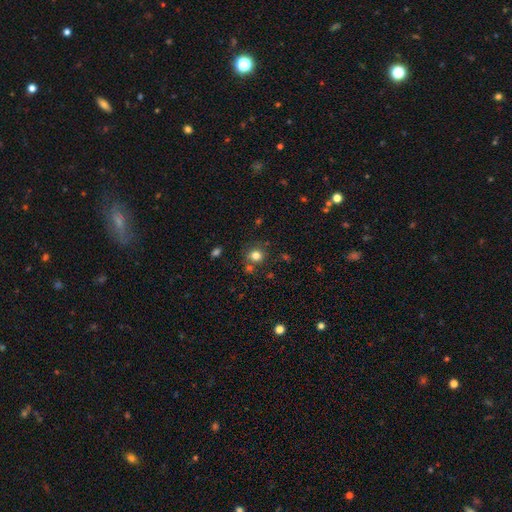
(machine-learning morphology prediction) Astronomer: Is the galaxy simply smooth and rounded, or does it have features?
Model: smooth — 80%.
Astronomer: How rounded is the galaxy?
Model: round — 84%.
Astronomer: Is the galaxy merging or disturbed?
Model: none — 73%.